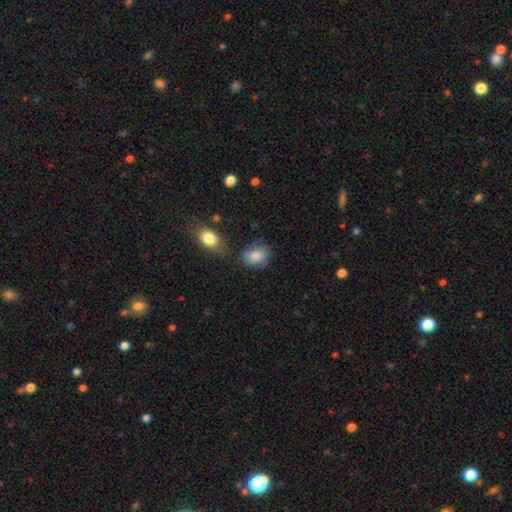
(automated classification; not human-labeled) A smooth galaxy with no disk features (83%) that is in between round and cigar-shaped (76%). Merging: none (59%).